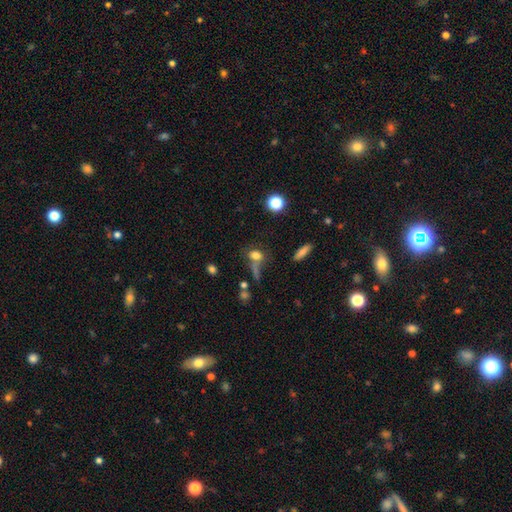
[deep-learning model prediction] smooth-or-featured: smooth: 72% | star or artifact: 16% | featured or disk: 12%
  how-rounded: in between: 49% | round: 44% | cigar-shaped: 8%
  merging: none: 46% | merger: 26% | minor disturbance: 15% | major disturbance: 13%